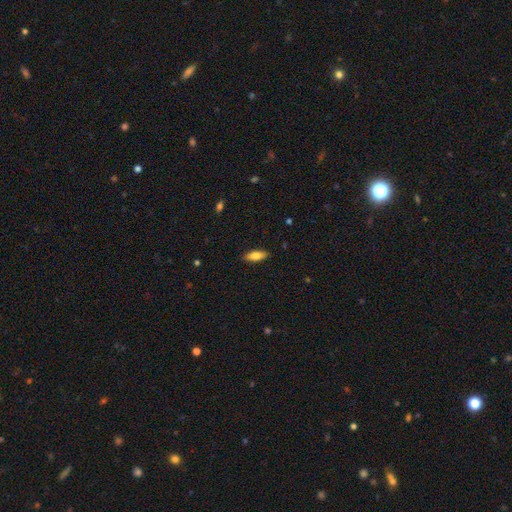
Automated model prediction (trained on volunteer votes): Q: Smooth or featured?
A: smooth (73%); runner-up: featured or disk (20%)
Q: How rounded?
A: in between (65%); runner-up: cigar-shaped (33%)
Q: Merging?
A: none (88%); runner-up: minor disturbance (9%)